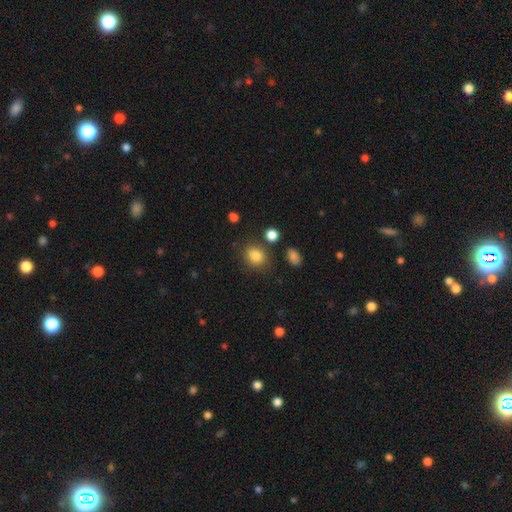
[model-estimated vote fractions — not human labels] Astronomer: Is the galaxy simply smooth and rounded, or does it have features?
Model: smooth — 83%.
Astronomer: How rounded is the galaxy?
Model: round — 61% (runner-up: in between, 38%).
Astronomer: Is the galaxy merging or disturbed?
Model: none — 79%.